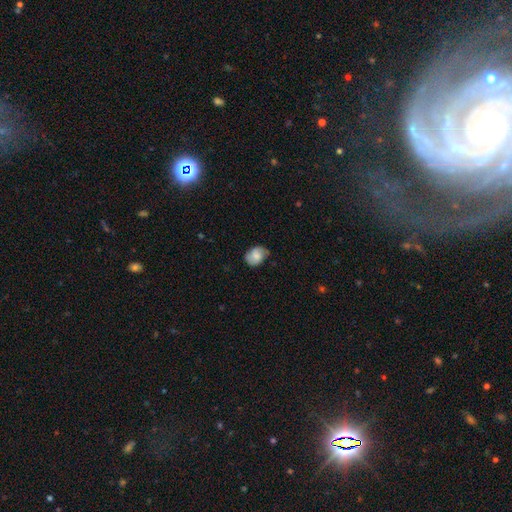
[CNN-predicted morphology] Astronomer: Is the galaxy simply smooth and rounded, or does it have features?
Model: smooth — 67%.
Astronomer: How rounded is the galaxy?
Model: in between — 58% (runner-up: round, 41%).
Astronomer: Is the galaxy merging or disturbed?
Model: none — 67%.